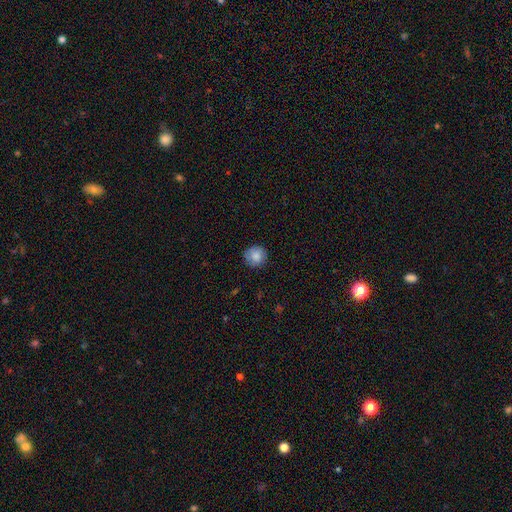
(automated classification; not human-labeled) Smooth or featured: smooth — 85% (star or artifact — 8%)
How rounded: round — 91% (in between — 8%)
Merging: none — 83% (minor disturbance — 13%)